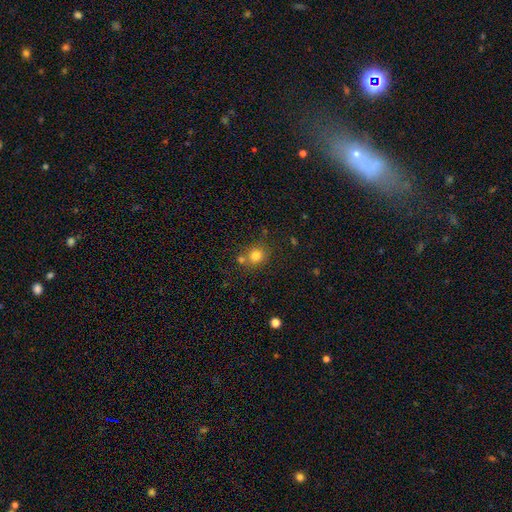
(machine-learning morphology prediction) This appears to be a smooth galaxy with no disk features (79%) that is round (82%). Merging: none (67%).